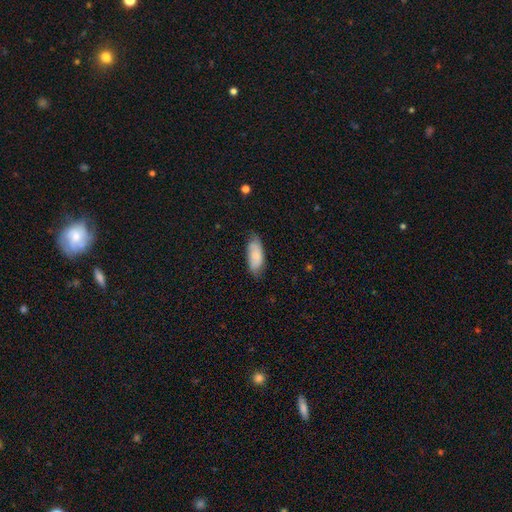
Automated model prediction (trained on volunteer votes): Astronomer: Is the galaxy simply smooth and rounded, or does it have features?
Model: smooth — 78%.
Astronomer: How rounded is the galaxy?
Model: in between — 83%.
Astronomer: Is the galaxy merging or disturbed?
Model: none — 67%.